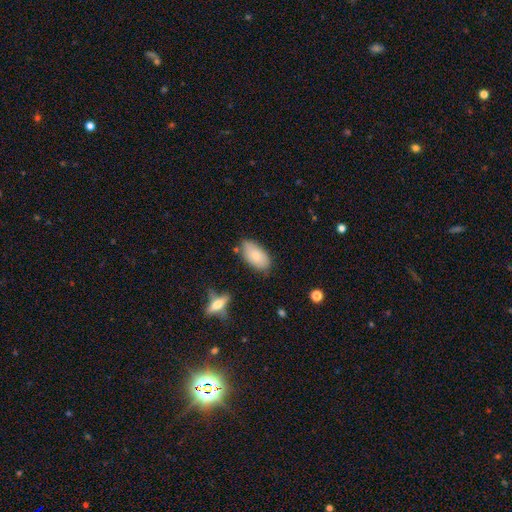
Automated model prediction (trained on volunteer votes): A smooth galaxy with no disk features (78%) that is in between round and cigar-shaped (93%).

Vote fractions:
- Smooth or featured? smooth: 78% / featured or disk: 15% / star or artifact: 7%
- How rounded? in between: 93% / cigar-shaped: 4% / round: 3%
- Merging? none: 73% / minor disturbance: 19% / merger: 4% / major disturbance: 4%